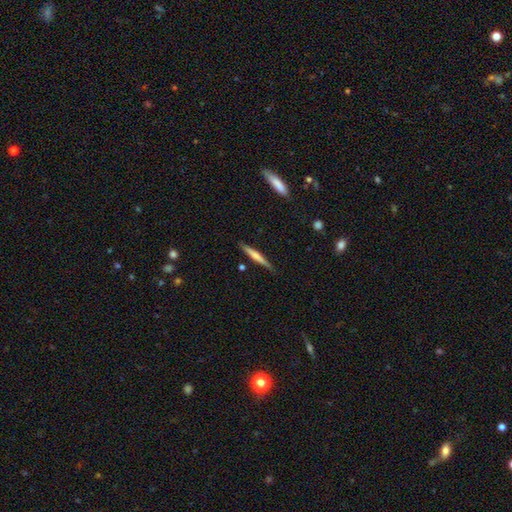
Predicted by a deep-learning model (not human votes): Smooth or featured?
  - smooth: 51% *
  - featured or disk: 43%
  - star or artifact: 6%
How rounded?
  - cigar-shaped: 95% *
  - in between: 4%
  - round: 1%
Merging?
  - none: 86% *
  - minor disturbance: 10%
  - merger: 2%
  - major disturbance: 2%